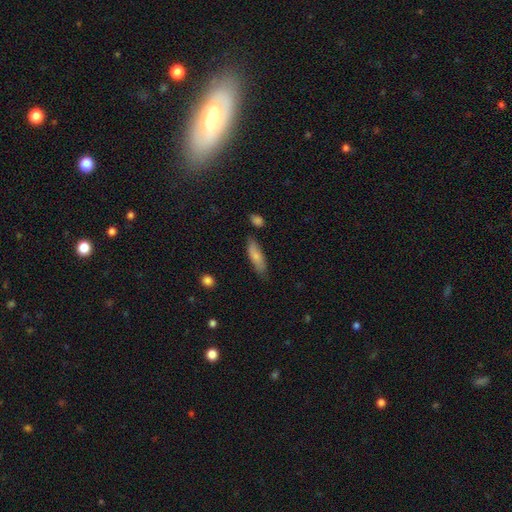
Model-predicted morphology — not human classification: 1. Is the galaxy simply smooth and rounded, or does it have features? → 75% smooth, 19% featured or disk, 6% star or artifact.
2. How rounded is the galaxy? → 50% cigar-shaped, 48% in between, 2% round.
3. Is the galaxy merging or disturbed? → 75% none, 17% minor disturbance, 4% merger, 3% major disturbance.